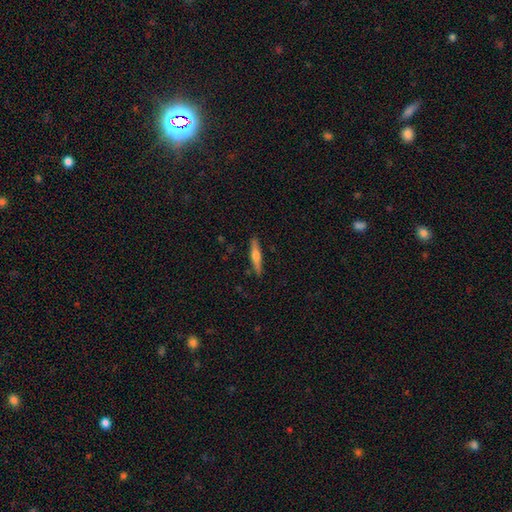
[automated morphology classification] smooth-or-featured: smooth: 48% | featured or disk: 47% | star or artifact: 6%
  merging: none: 89% | minor disturbance: 8% | major disturbance: 2% | merger: 1%